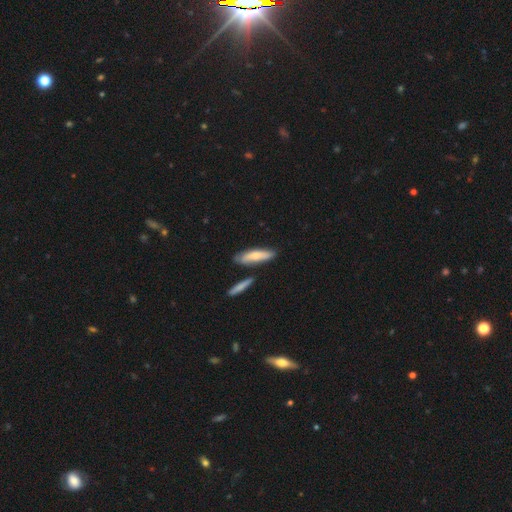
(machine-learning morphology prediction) The model was most divided on "how rounded": cigar-shaped: 62%, in between: 36%, round: 2%. More confident: merging — none (72%); smooth or featured — smooth (62%).